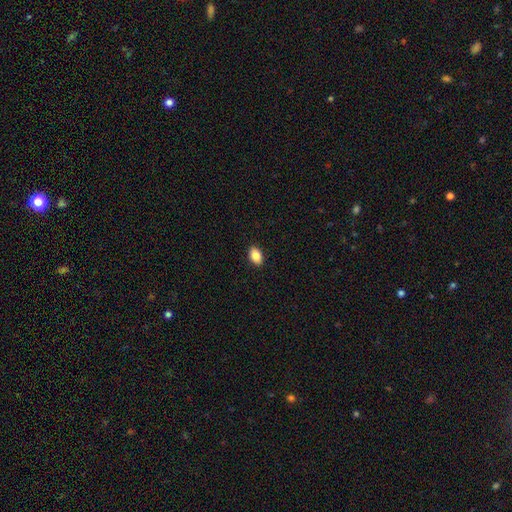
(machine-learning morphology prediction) Smooth or featured? Predicted: smooth (p=0.85). How rounded? Predicted: in between (p=0.88). Merging? Predicted: none (p=0.90).